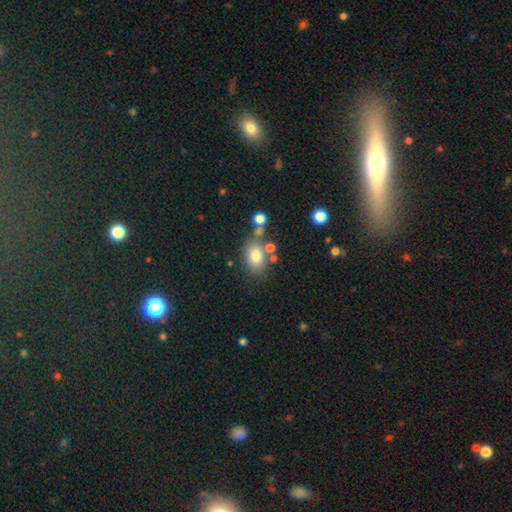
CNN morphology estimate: This appears to be a smooth galaxy with no disk features (78%) that is in between round and cigar-shaped (78%). Merging: none (67%).